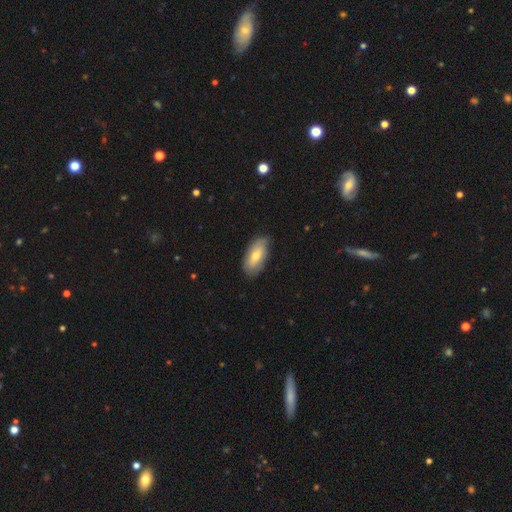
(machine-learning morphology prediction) Smooth or featured? smooth (64%)
How rounded? in between (88%)
Merging? none (77%)